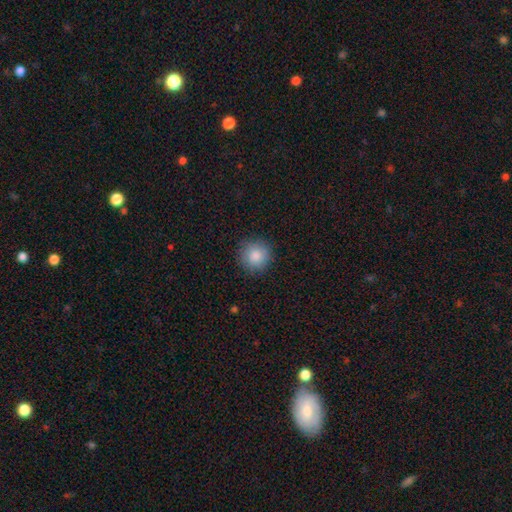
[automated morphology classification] Q: Smooth or featured?
A: smooth (86%); runner-up: star or artifact (9%)
Q: How rounded?
A: round (94%); runner-up: in between (5%)
Q: Merging?
A: none (89%); runner-up: minor disturbance (8%)